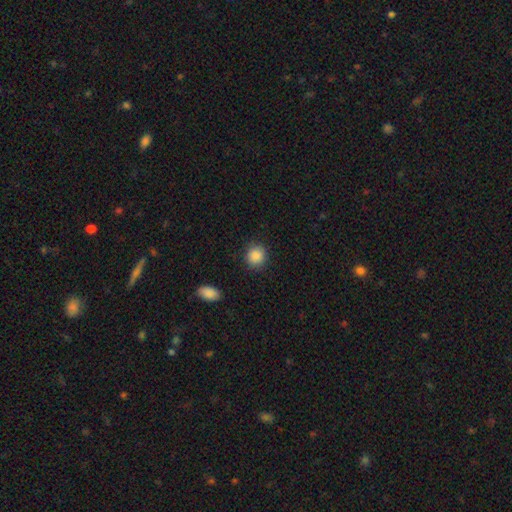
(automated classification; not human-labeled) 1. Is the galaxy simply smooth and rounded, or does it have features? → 89% smooth, 8% star or artifact, 3% featured or disk.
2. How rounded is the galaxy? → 86% round, 13% in between, 1% cigar-shaped.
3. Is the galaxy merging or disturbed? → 89% none, 7% minor disturbance, 2% major disturbance, 1% merger.